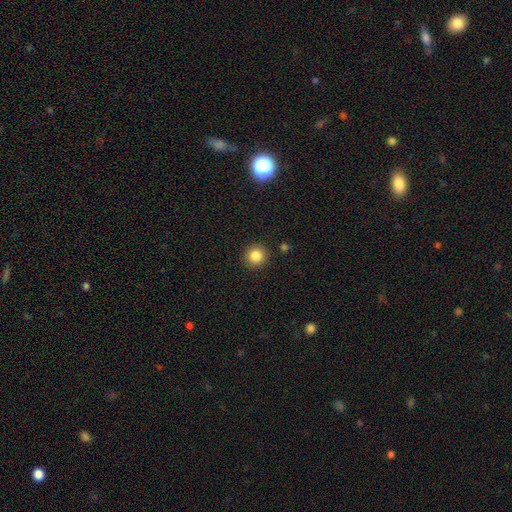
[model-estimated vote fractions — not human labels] smooth 84%, star or artifact 11%, featured or disk 5%. Down the decision tree: how rounded — round (94%); merging — none (91%).